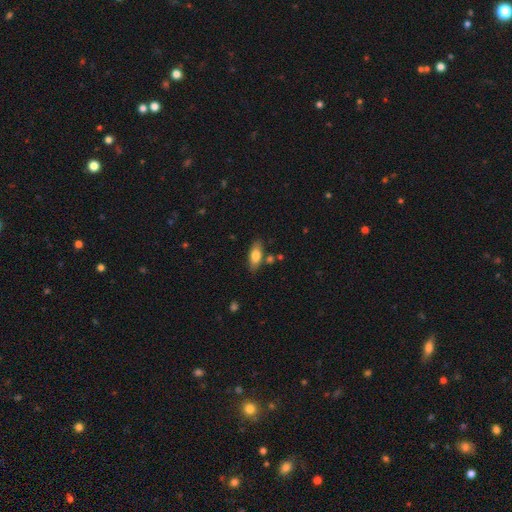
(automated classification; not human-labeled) This is likely a smooth galaxy (76%). How rounded: clearly in between (82%). Merging: likely none (77%).